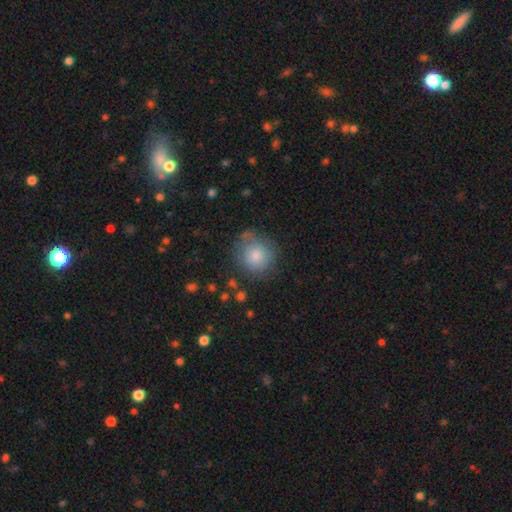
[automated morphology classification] This is likely a smooth galaxy (78%). How rounded: clearly round (88%). Merging: likely none (64%).